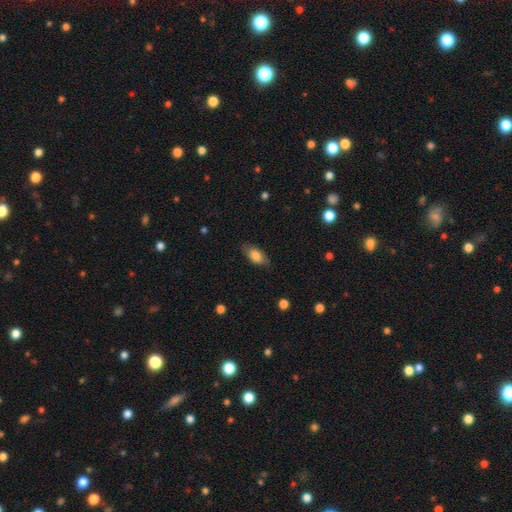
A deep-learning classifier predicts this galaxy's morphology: Smooth or featured? Predicted: smooth (p=0.79). How rounded? Predicted: in between (p=0.90). Merging? Predicted: none (p=0.78).